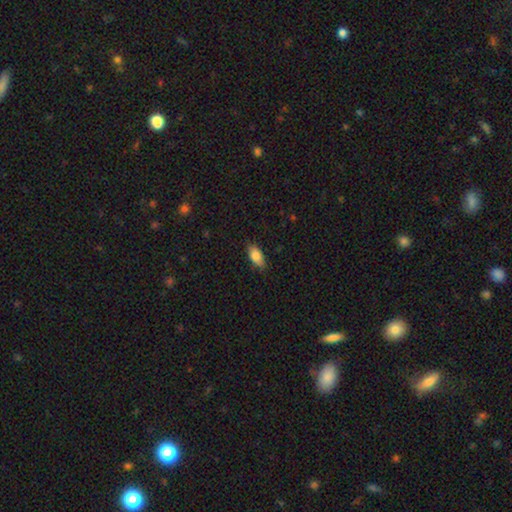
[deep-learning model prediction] smooth_or_featured: smooth (p=0.84) [alt: featured or disk p=0.09]
how_rounded: in between (p=0.87) [alt: cigar-shaped p=0.10]
merging: none (p=0.82) [alt: minor disturbance p=0.14]